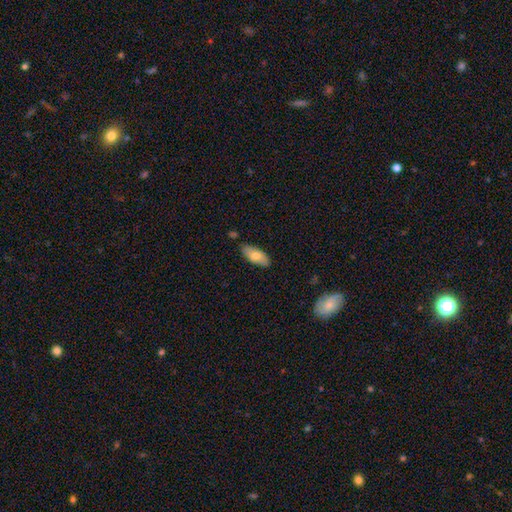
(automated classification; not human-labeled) A smooth galaxy with no disk features (74%) that is in between round and cigar-shaped (85%). Merging: none (80%).